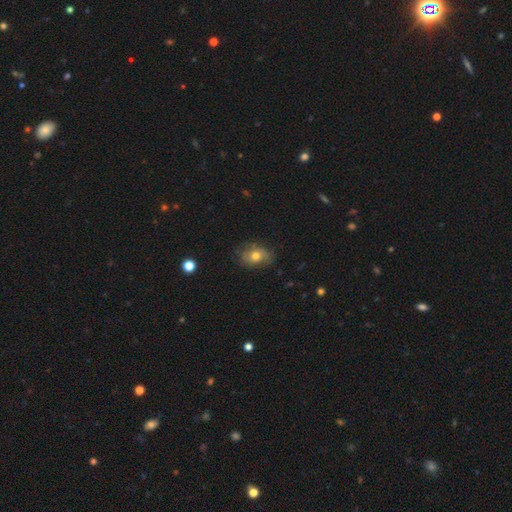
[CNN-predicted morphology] smooth_or_featured: smooth (p=0.57) [alt: featured or disk p=0.33]
how_rounded: in between (p=0.71) [alt: round p=0.27]
merging: none (p=0.69) [alt: minor disturbance p=0.23]